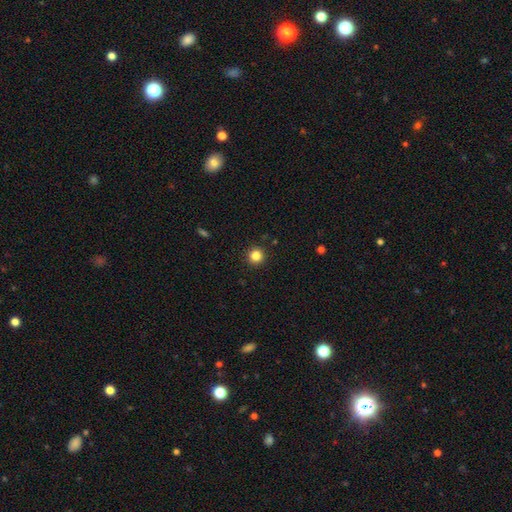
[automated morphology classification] type=smooth (84%); roundness=round (95%); merging=none (93%).